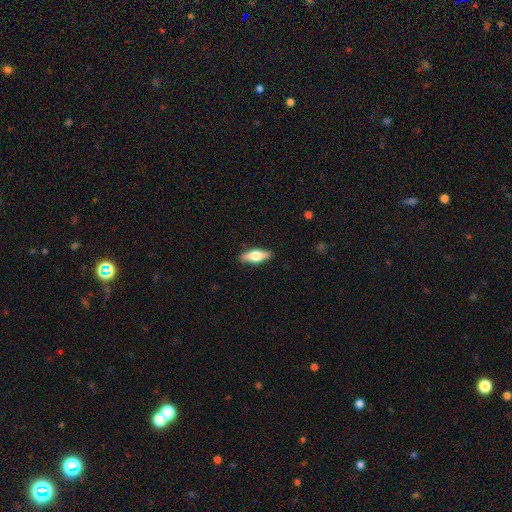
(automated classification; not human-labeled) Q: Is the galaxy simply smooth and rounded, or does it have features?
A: smooth — 58%.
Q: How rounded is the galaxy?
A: in between — 62%.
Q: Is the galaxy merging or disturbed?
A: none — 88%.